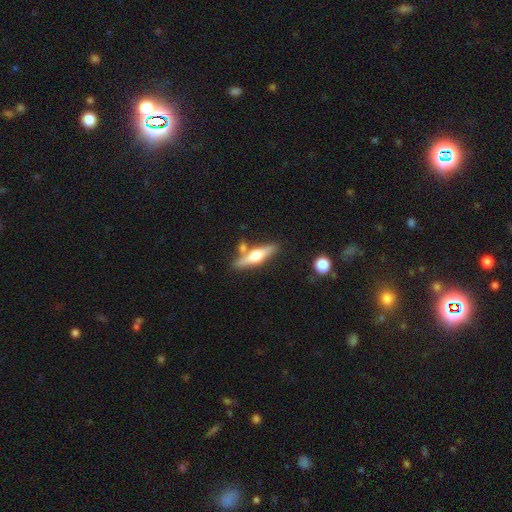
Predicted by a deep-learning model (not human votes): A featured or disk galaxy (60%) viewed edge-on (94%) with a rounded central bulge (94%).

Vote fractions:
- Smooth or featured? featured or disk: 60% / smooth: 34% / star or artifact: 6%
- Edge-on disk? yes: 94% / no: 6%
- Edge-on bulge? rounded: 94% / boxy: 4% / none: 2%
- Merging? none: 74% / merger: 12% / minor disturbance: 11% / major disturbance: 3%